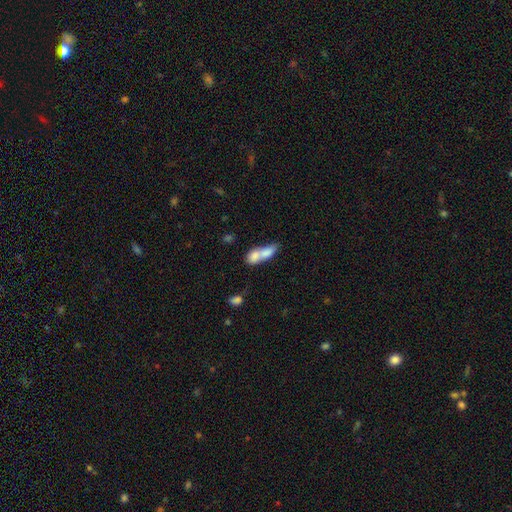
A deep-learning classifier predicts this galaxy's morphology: This appears to be a smooth galaxy with no disk features (72%) that is in between round and cigar-shaped (67%). Merging: merger (71%).